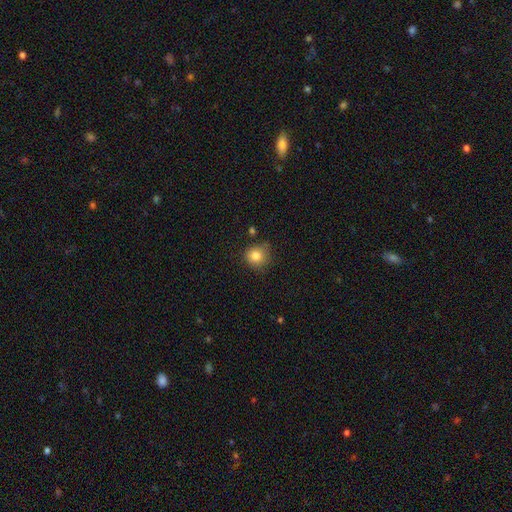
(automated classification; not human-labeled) This appears to be a smooth galaxy with no disk features (83%) that is round (89%). Merging: none (74%).